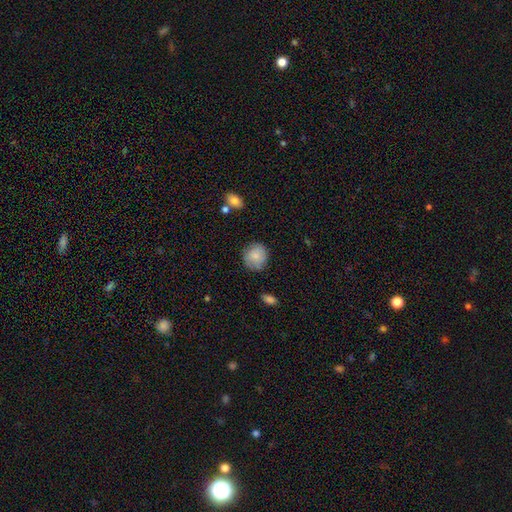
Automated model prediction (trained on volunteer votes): Q: Smooth or featured?
A: smooth (78%); runner-up: featured or disk (14%)
Q: How rounded?
A: round (82%); runner-up: in between (17%)
Q: Merging?
A: none (75%); runner-up: minor disturbance (19%)